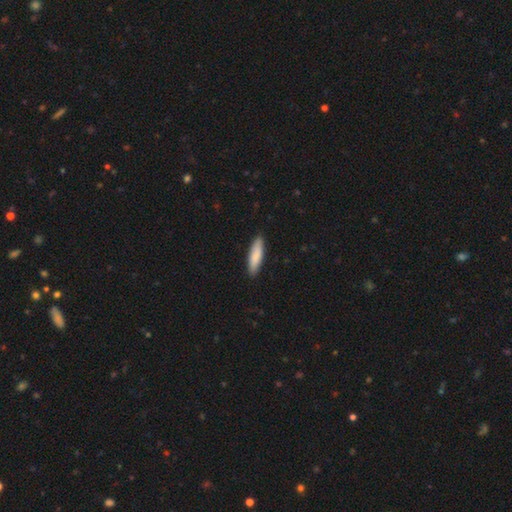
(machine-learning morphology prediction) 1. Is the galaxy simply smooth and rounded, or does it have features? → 86% smooth, 9% featured or disk, 5% star or artifact.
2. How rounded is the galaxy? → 67% cigar-shaped, 31% in between, 1% round.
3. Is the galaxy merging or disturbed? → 89% none, 8% minor disturbance, 1% major disturbance, 1% merger.